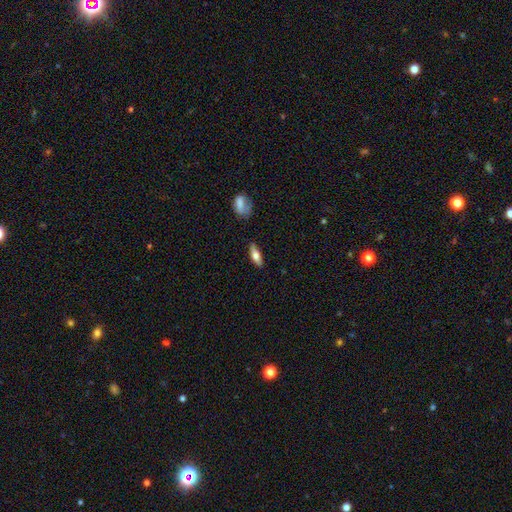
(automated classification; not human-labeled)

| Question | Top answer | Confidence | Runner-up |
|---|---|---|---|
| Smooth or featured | smooth | 61% | featured or disk (32%) |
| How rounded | in between | 61% | cigar-shaped (36%) |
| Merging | none | 82% | minor disturbance (13%) |